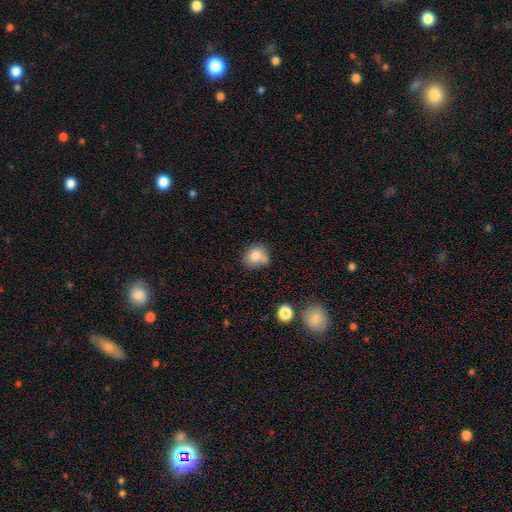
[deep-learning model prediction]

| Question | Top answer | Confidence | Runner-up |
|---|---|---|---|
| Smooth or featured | smooth | 78% | featured or disk (12%) |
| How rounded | round | 68% | in between (31%) |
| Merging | none | 51% | minor disturbance (26%) |